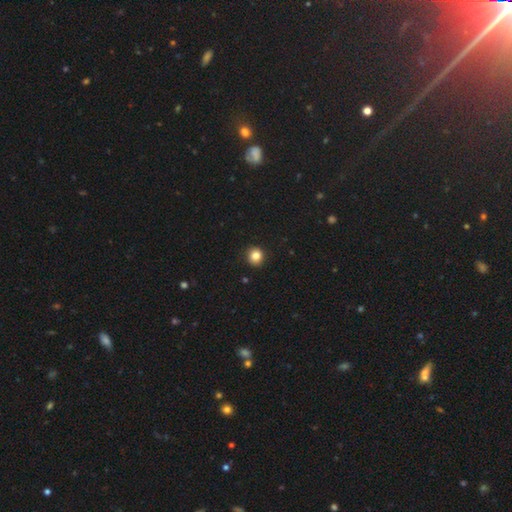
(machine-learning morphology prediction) smooth 85%, star or artifact 11%, featured or disk 4%. Down the decision tree: how rounded — round (90%); merging — none (91%).